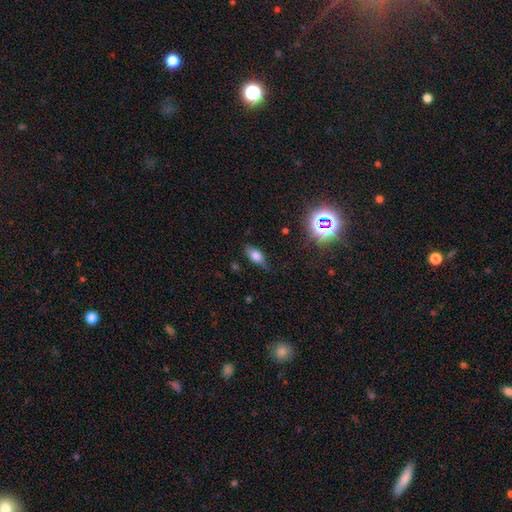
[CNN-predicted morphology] A smooth galaxy with no disk features (61%) that is in between round and cigar-shaped (77%). Merging: none (71%).